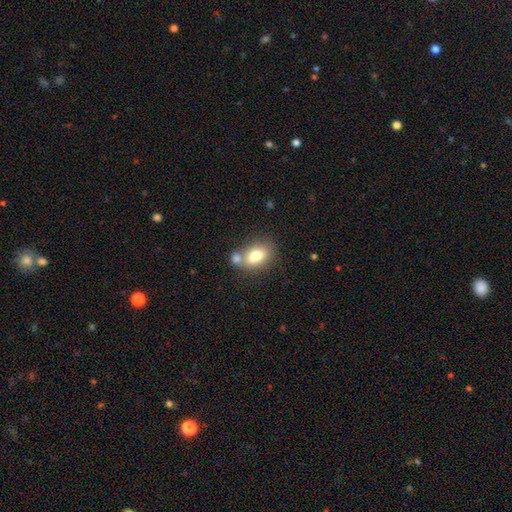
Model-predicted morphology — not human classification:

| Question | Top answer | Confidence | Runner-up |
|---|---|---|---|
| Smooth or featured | smooth | 74% | featured or disk (17%) |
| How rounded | in between | 74% | round (24%) |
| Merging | none | 42% | merger (41%) |